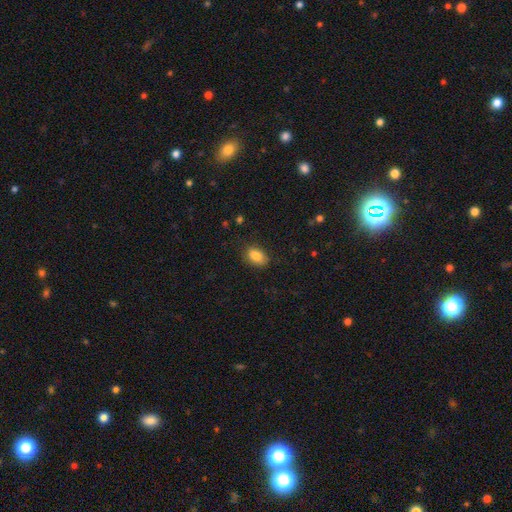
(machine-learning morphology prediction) type=smooth (86%); roundness=in between (88%); merging=none (79%).